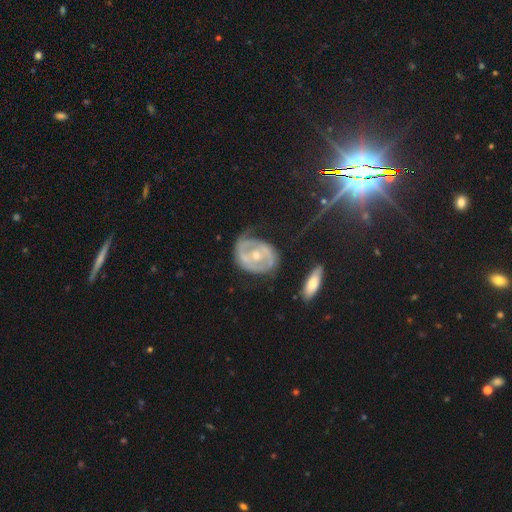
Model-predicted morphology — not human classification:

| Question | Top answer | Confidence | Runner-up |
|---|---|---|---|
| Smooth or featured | featured or disk | 77% | smooth (16%) |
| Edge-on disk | no | 96% | yes (4%) |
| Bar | no | 50% | weak (32%) |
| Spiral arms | yes | 78% | no (22%) |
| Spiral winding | tight | 45% | medium (36%) |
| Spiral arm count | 2 | 60% | can't tell (20%) |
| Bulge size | moderate | 48% | tied: small (48%) |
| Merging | none | 52% | minor disturbance (27%) |